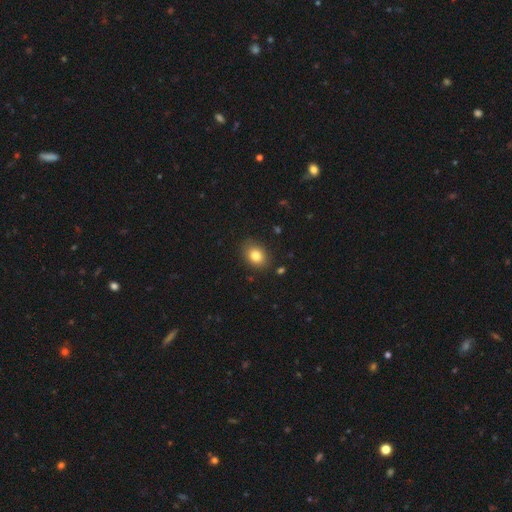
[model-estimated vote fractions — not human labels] The model was most divided on "how rounded": in between: 62%, round: 37%, cigar-shaped: 1%. More confident: merging — none (85%); smooth or featured — smooth (83%).